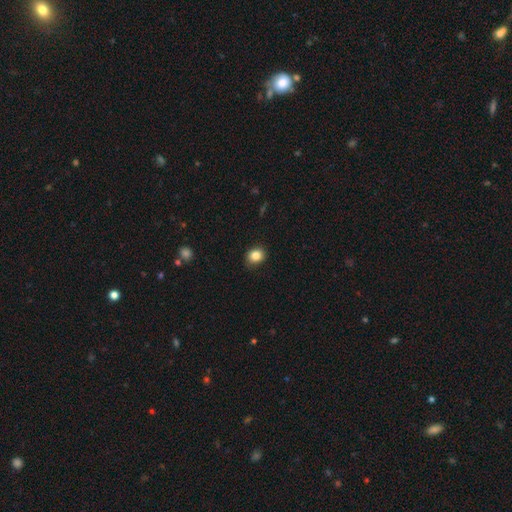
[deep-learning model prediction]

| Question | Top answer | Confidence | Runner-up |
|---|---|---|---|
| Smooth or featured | smooth | 84% | star or artifact (10%) |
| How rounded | round | 63% | in between (36%) |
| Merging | none | 85% | minor disturbance (11%) |